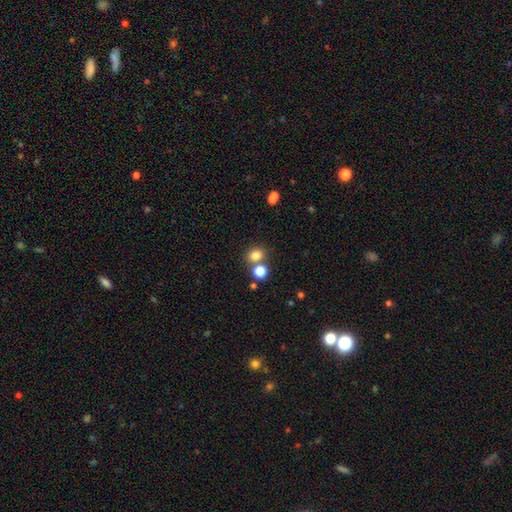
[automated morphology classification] type=smooth (80%); roundness=round (71%); merging=none (63%).